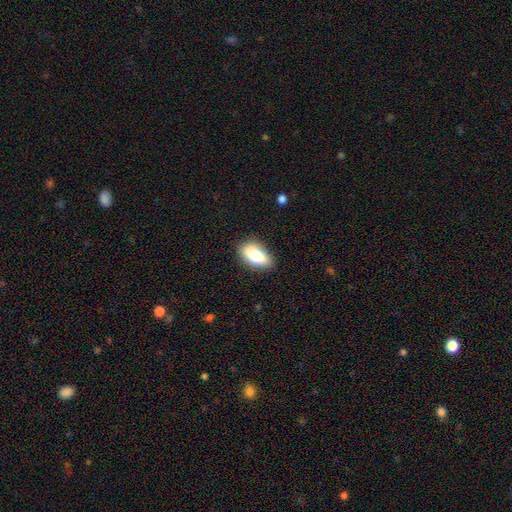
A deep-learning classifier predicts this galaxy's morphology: smooth_or_featured: smooth (p=0.79) [alt: featured or disk p=0.13]
how_rounded: in between (p=0.89) [alt: cigar-shaped p=0.06]
merging: none (p=0.75) [alt: minor disturbance p=0.18]